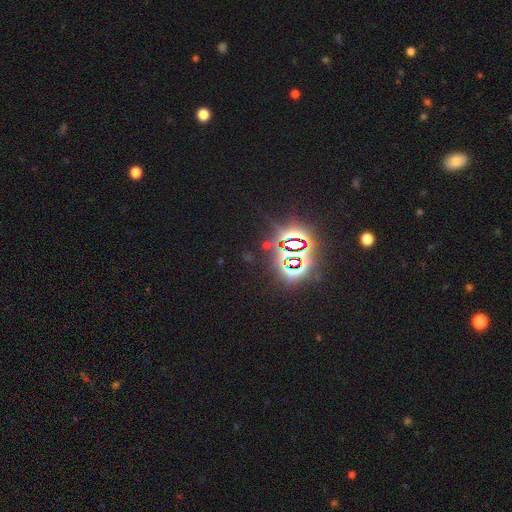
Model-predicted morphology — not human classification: This is clearly a star or artifact rather than a galaxy (85%).